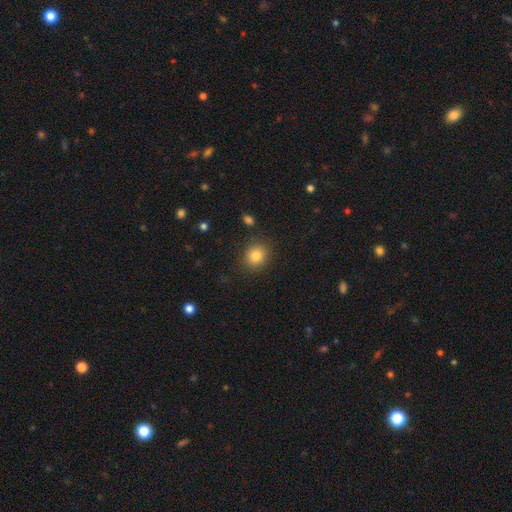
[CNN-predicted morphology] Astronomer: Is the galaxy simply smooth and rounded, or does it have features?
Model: smooth — 84%.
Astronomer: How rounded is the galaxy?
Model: round — 69%.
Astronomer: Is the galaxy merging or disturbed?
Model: none — 84%.